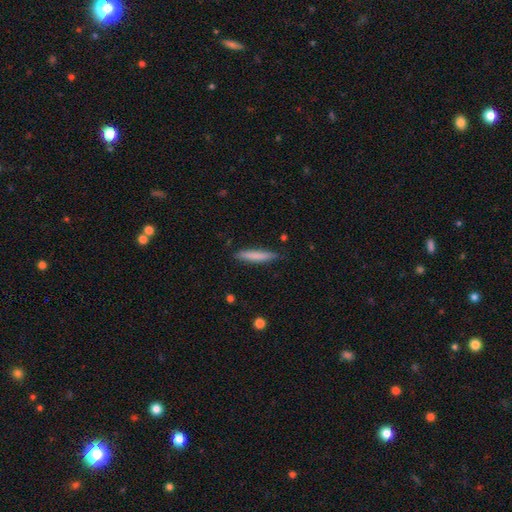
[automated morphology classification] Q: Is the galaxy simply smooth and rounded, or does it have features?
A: smooth — 77%.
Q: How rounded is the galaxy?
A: cigar-shaped — 91%.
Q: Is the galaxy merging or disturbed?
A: none — 84%.